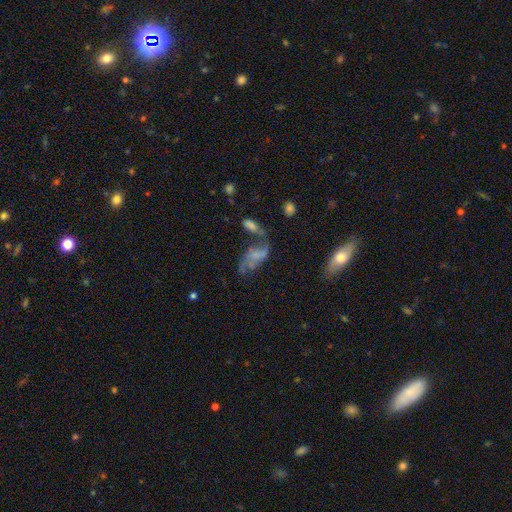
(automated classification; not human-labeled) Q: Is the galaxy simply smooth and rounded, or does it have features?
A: featured or disk — 55%.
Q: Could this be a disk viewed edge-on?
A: no — 94%.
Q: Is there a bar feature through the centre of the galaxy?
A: no — 68%.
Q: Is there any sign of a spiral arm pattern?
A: yes — 65%.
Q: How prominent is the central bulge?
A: none — 65%.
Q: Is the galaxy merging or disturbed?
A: major disturbance — 30%.